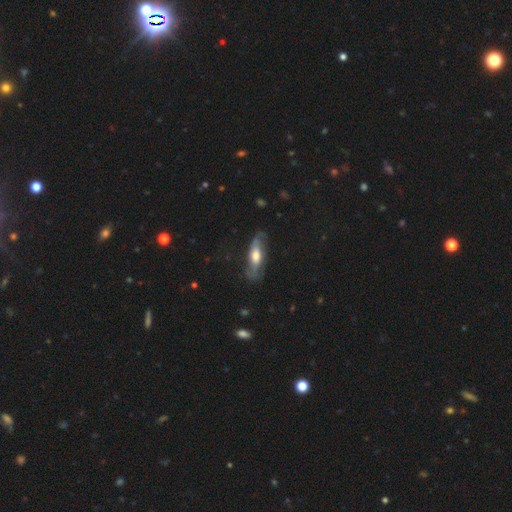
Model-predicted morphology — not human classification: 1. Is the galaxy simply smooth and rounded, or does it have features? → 58% featured or disk, 36% smooth, 6% star or artifact.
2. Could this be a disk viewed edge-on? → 69% no, 31% yes.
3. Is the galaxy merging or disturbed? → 66% none, 22% minor disturbance, 11% major disturbance, 2% merger.